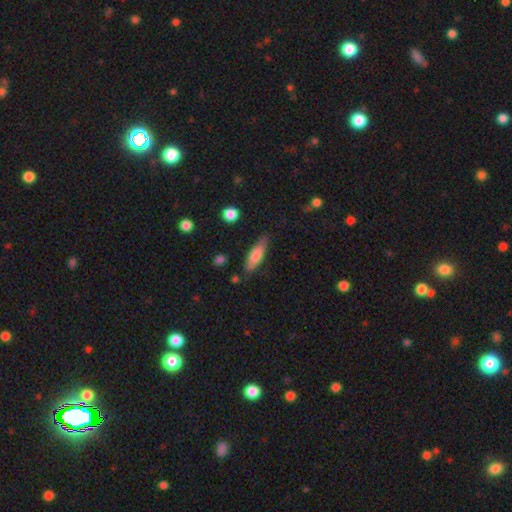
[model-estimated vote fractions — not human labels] Smooth or featured? smooth (74%)
How rounded? cigar-shaped (56%)
Merging? none (77%)